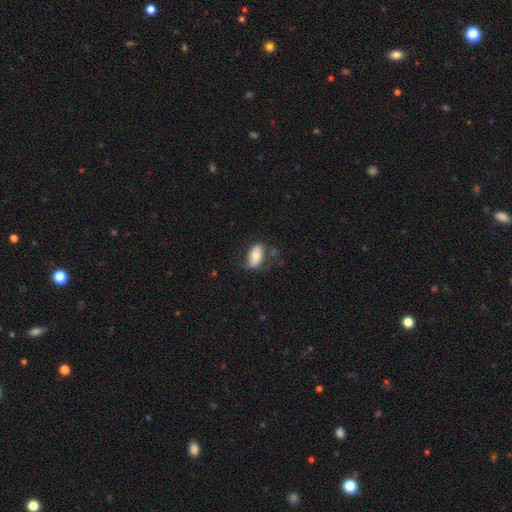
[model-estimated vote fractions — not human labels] This is likely a smooth galaxy (63%). How rounded: clearly in between (91%). Merging: likely none (61%).